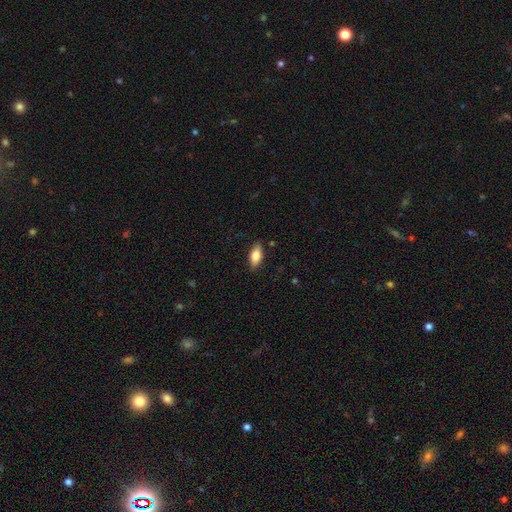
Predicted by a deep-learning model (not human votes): Smooth or featured? Predicted: smooth (p=0.74). How rounded? Predicted: in between (p=0.84). Merging? Predicted: none (p=0.86).